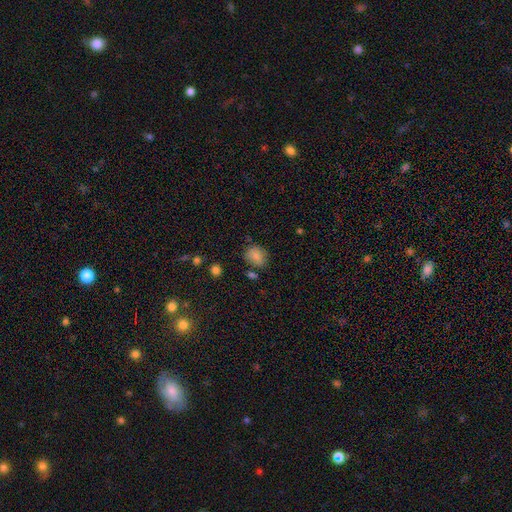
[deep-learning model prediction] Overall: smooth (81%). How rounded: in between (50%; round 49%). Merging: none (70%).